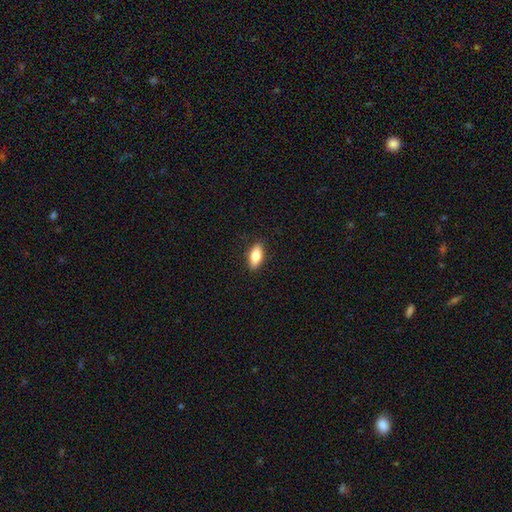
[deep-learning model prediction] Smooth or featured?
  - smooth: 81% *
  - featured or disk: 12%
  - star or artifact: 7%
How rounded?
  - in between: 85% *
  - cigar-shaped: 12%
  - round: 3%
Merging?
  - none: 88% *
  - minor disturbance: 9%
  - major disturbance: 2%
  - merger: 1%